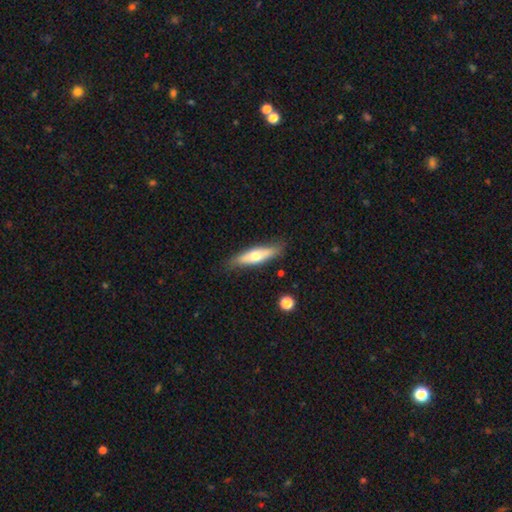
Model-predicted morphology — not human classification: This appears to be a smooth galaxy with no disk features (52%) that is cigar-shaped (64%). Merging: none (82%).